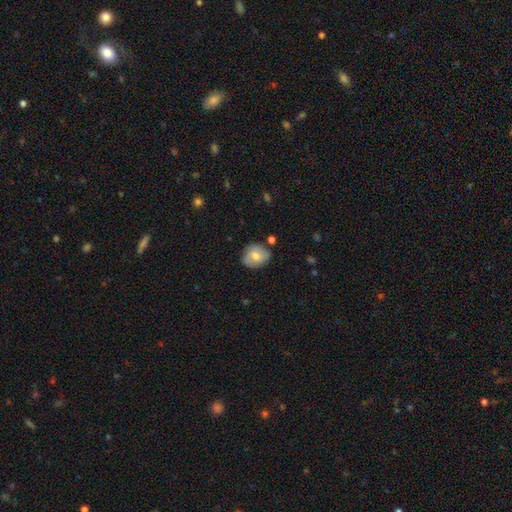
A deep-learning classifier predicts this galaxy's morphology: A smooth galaxy with no disk features (65%) that is round (62%).

Vote fractions:
- Smooth or featured? smooth: 65% / featured or disk: 27% / star or artifact: 8%
- How rounded? round: 62% / in between: 37% / cigar-shaped: 1%
- Merging? none: 72% / minor disturbance: 20% / major disturbance: 4% / merger: 4%